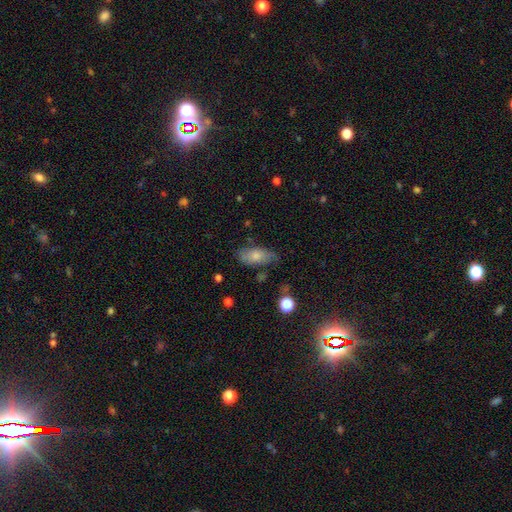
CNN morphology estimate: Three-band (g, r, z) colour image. It shows a smooth galaxy with no disk features (71%) that is in between round and cigar-shaped (88%). Merging: none (66%).